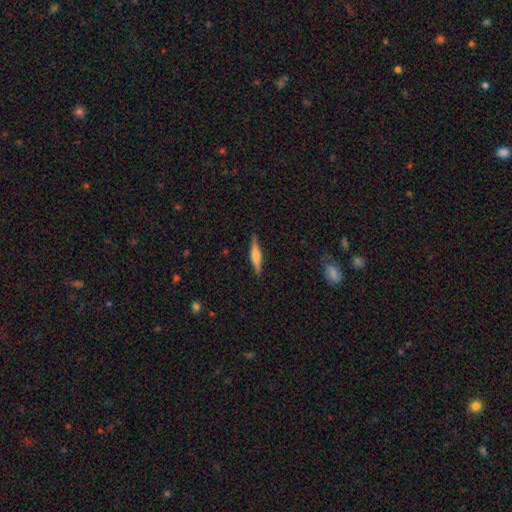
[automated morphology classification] smooth_or_featured: featured or disk (p=0.56) [alt: smooth p=0.38]
disk_edge_on: yes (p=0.97) [alt: no p=0.03]
edge_on_bulge: rounded (p=0.74) [alt: boxy p=0.18]
merging: none (p=0.88) [alt: minor disturbance p=0.08]